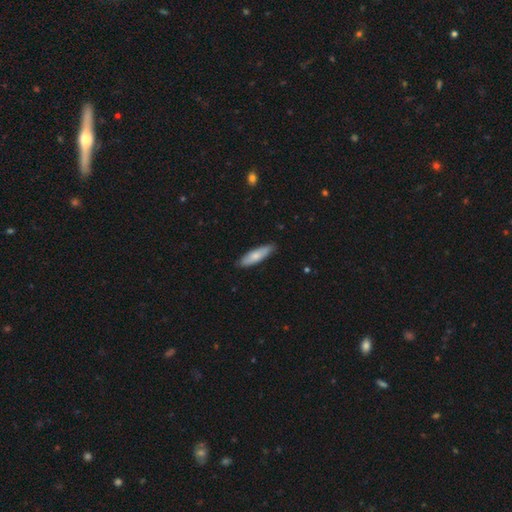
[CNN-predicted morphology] Q: Smooth or featured?
A: smooth (74%); runner-up: featured or disk (21%)
Q: How rounded?
A: cigar-shaped (62%); runner-up: in between (37%)
Q: Merging?
A: none (85%); runner-up: minor disturbance (12%)